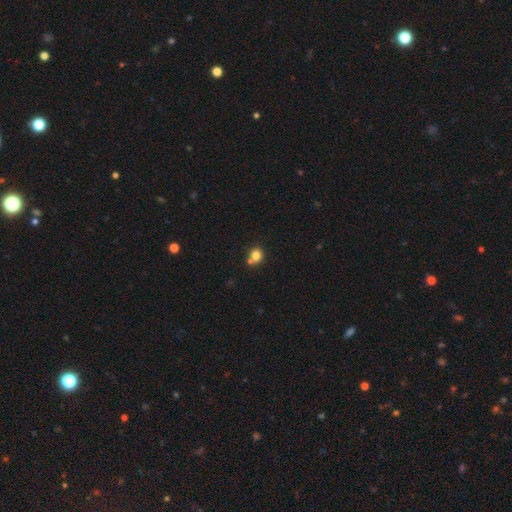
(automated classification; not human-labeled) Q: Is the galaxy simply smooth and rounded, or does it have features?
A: smooth — 80%.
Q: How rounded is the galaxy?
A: round — 82%.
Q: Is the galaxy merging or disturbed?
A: none — 59%.